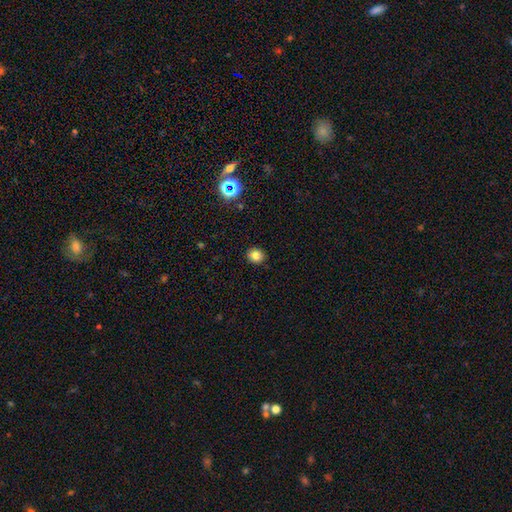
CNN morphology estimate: Overall: smooth (79%). How rounded: round (79%). Merging: none (90%).